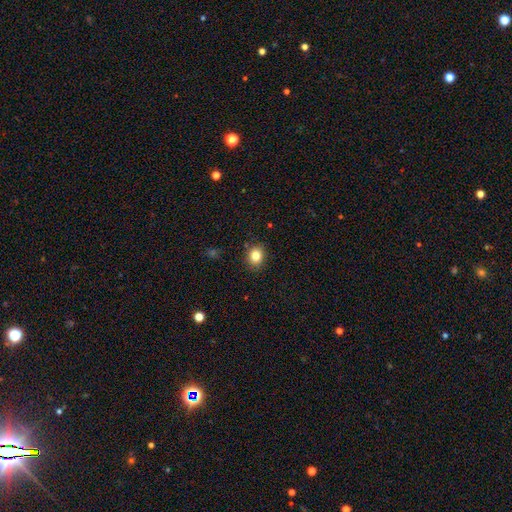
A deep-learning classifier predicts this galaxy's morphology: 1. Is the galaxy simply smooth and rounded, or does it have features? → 83% smooth, 11% star or artifact, 6% featured or disk.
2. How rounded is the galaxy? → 60% round, 39% in between, 1% cigar-shaped.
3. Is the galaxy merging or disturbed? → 88% none, 8% minor disturbance, 2% major disturbance, 1% merger.